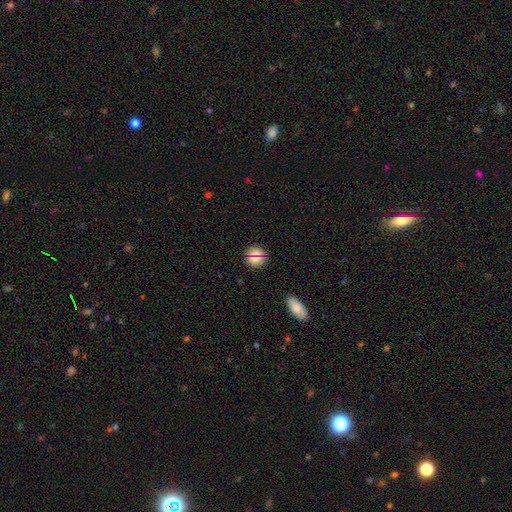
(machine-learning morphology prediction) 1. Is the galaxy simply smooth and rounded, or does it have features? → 74% smooth, 18% star or artifact, 8% featured or disk.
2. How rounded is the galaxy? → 87% round, 11% in between, 2% cigar-shaped.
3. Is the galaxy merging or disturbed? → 88% none, 8% minor disturbance, 2% major disturbance, 2% merger.